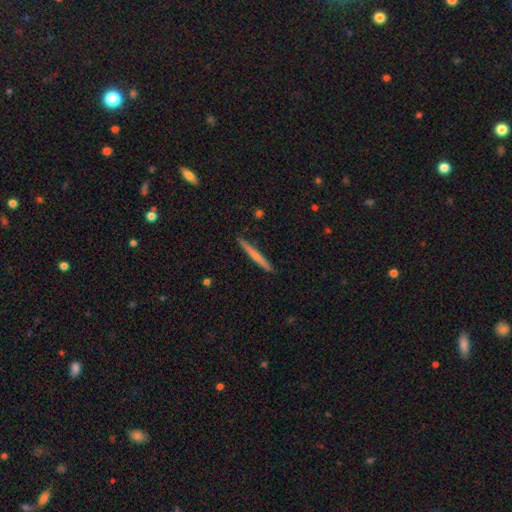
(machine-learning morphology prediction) smooth_or_featured: smooth (p=0.53) [alt: featured or disk p=0.41]
how_rounded: cigar-shaped (p=0.96) [alt: in between p=0.02]
merging: none (p=0.91) [alt: minor disturbance p=0.07]